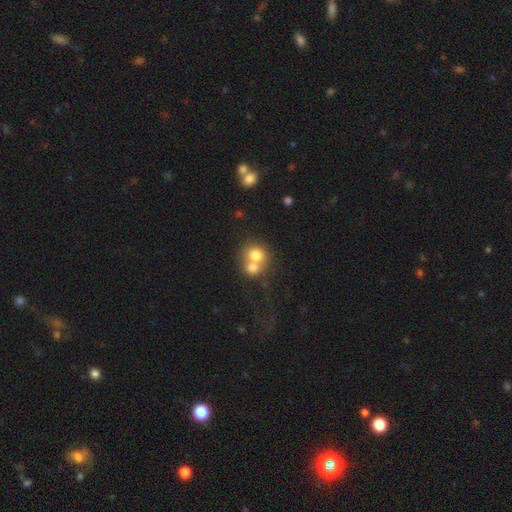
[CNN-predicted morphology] A smooth galaxy with no disk features (73%) that is round (77%).

Vote fractions:
- Smooth or featured? smooth: 73% / featured or disk: 17% / star or artifact: 11%
- How rounded? round: 77% / in between: 22% / cigar-shaped: 1%
- Merging? merger: 63% / none: 28% / minor disturbance: 6% / major disturbance: 3%